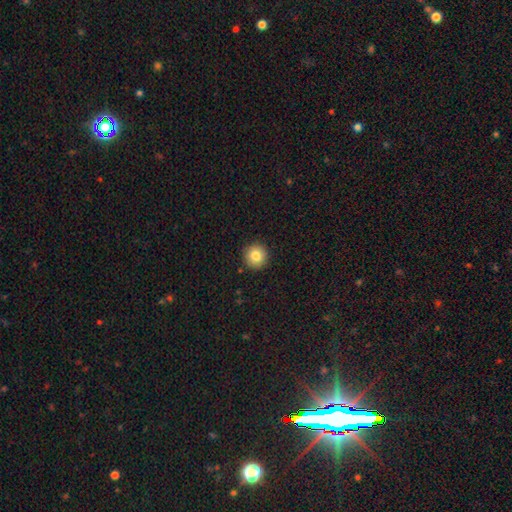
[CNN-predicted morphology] type=smooth (83%); roundness=round (95%); merging=none (92%).